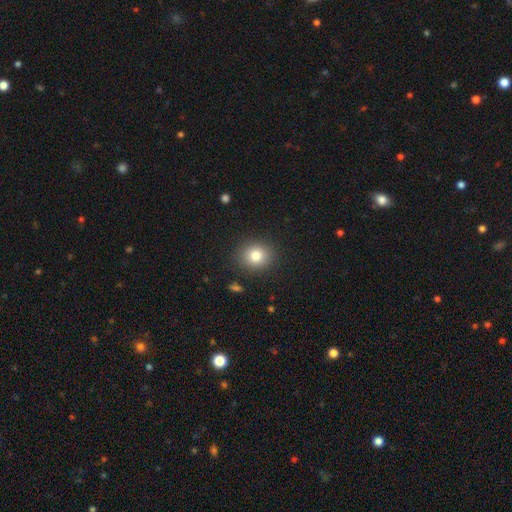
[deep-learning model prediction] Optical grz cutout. It shows a smooth galaxy with no disk features (81%) that is round (77%). Merging: none (88%).